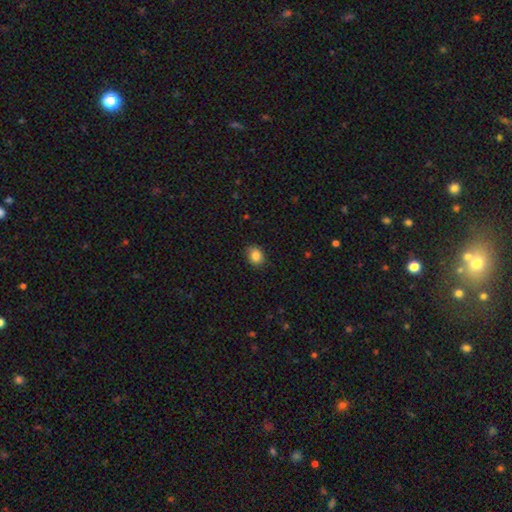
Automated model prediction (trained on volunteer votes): Q: Smooth or featured?
A: smooth (86%); runner-up: star or artifact (9%)
Q: How rounded?
A: round (50%); runner-up: in between (49%)
Q: Merging?
A: none (84%); runner-up: minor disturbance (13%)